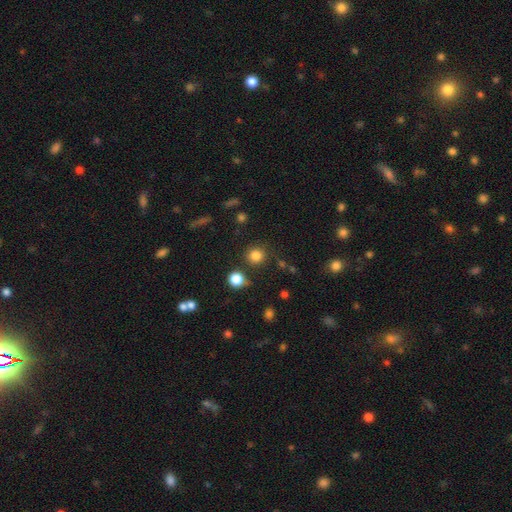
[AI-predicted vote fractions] Smooth or featured: smooth — 82% (star or artifact — 13%)
How rounded: round — 93% (in between — 6%)
Merging: none — 85% (minor disturbance — 7%)